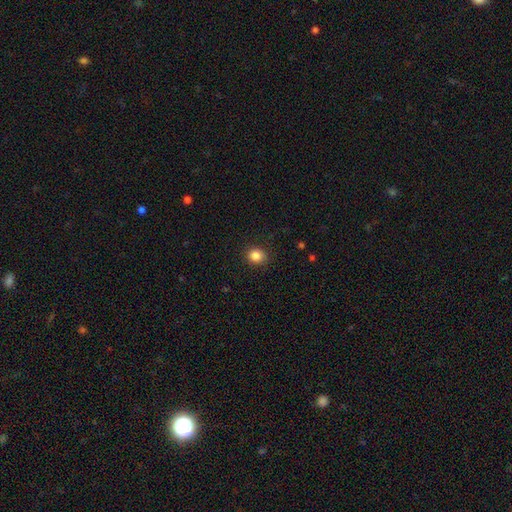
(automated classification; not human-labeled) smooth 85%, star or artifact 11%, featured or disk 4%. Down the decision tree: how rounded — round (75%); merging — none (90%).